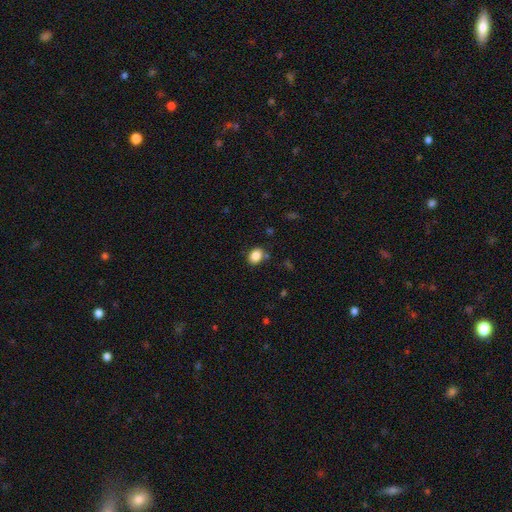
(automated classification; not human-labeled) Smooth or featured? Predicted: smooth (p=0.86). How rounded? Predicted: in between (p=0.51). Merging? Predicted: none (p=0.79).